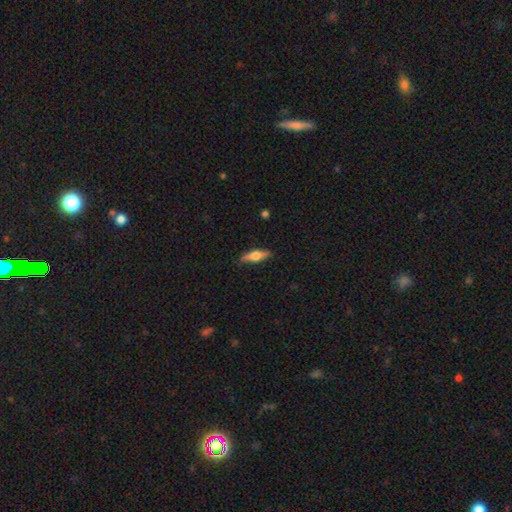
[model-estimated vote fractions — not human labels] smooth-or-featured: featured or disk: 50% | smooth: 44% | star or artifact: 6%
  merging: none: 83% | minor disturbance: 13% | major disturbance: 2% | merger: 1%